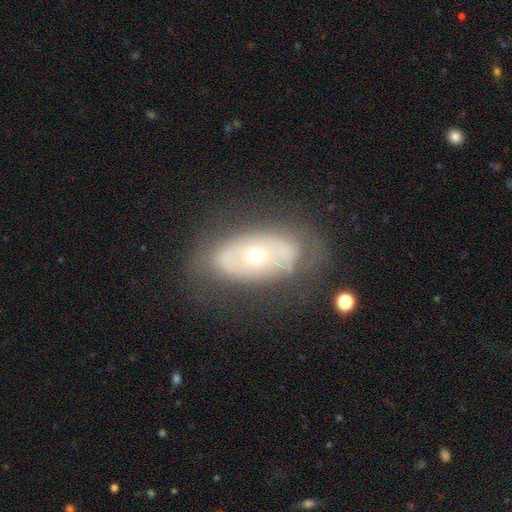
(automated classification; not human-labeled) Q: Smooth or featured?
A: featured or disk (60%); runner-up: smooth (33%)
Q: Edge-on disk?
A: no (89%); runner-up: yes (11%)
Q: Bar?
A: no (86%); runner-up: weak (9%)
Q: Spiral arms?
A: no (74%); runner-up: yes (26%)
Q: Bulge size?
A: moderate (54%); runner-up: small (41%)
Q: Merging?
A: none (68%); runner-up: minor disturbance (18%)